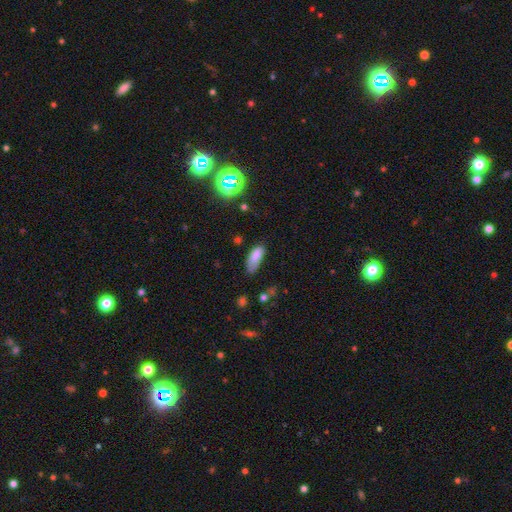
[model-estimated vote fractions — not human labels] The model was most divided on "merging": none: 45%, minor disturbance: 37%, major disturbance: 15%, merger: 4%. More confident: smooth or featured — smooth (80%); how rounded — in between (77%).